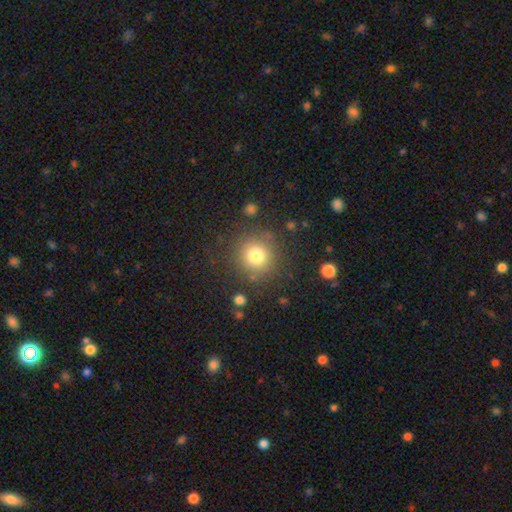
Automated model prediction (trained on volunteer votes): smooth-or-featured: smooth: 78% | star or artifact: 13% | featured or disk: 9%
  how-rounded: round: 93% | in between: 6% | cigar-shaped: 1%
  merging: none: 84% | minor disturbance: 9% | major disturbance: 5% | merger: 3%